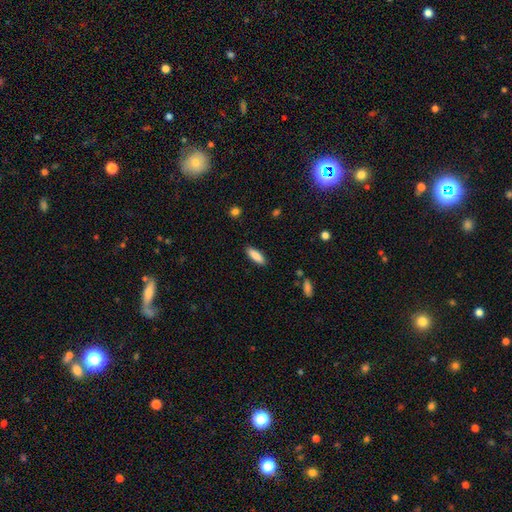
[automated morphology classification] A smooth galaxy with no disk features (87%) that is in between round and cigar-shaped (59%). Merging: none (88%).